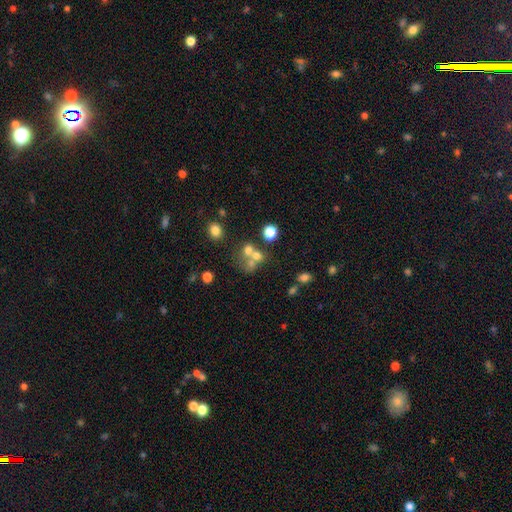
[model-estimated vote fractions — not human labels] Overall: smooth (57%; featured or disk 23%). How rounded: round (73%). Merging: merger (51%; none 34%).